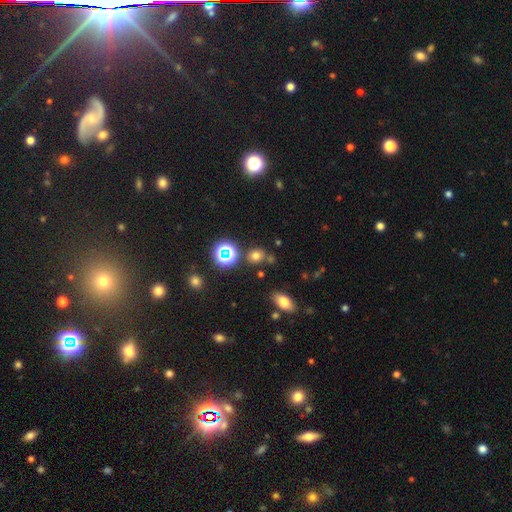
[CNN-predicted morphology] smooth 66%, star or artifact 26%, featured or disk 8%. Down the decision tree: how rounded — round (76%); merging — none (75%).